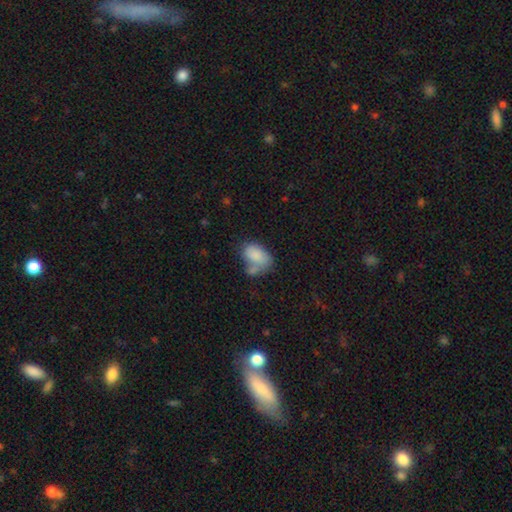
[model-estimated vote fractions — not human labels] Smooth or featured? Predicted: smooth (p=0.80). How rounded? Predicted: in between (p=0.87). Merging? Predicted: merger (p=0.32, tied with none).